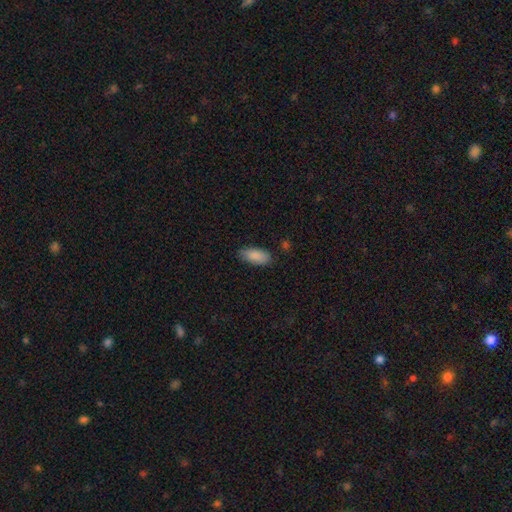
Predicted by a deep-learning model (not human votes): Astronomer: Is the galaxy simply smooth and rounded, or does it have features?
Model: smooth — 89%.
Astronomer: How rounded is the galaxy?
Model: in between — 90%.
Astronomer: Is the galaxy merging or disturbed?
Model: none — 83%.